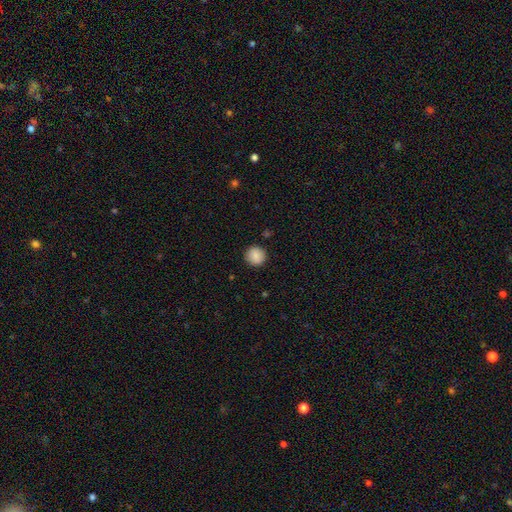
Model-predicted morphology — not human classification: smooth_or_featured: smooth (p=0.88) [alt: star or artifact p=0.08]
how_rounded: round (p=0.93) [alt: in between p=0.06]
merging: none (p=0.90) [alt: minor disturbance p=0.06]